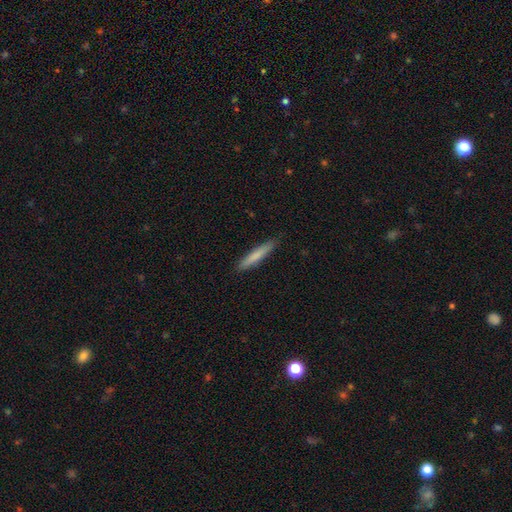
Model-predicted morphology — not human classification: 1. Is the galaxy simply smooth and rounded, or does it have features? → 78% smooth, 17% featured or disk, 5% star or artifact.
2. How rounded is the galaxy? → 94% cigar-shaped, 5% in between, 1% round.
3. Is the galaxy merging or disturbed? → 90% none, 7% minor disturbance, 1% major disturbance, 1% merger.